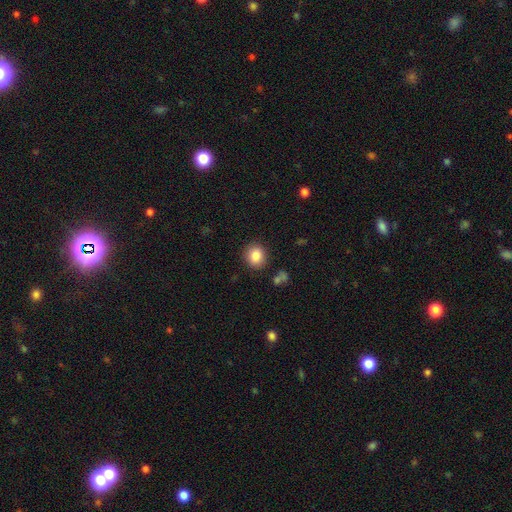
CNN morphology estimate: smooth-or-featured: smooth: 85% | star or artifact: 9% | featured or disk: 7%
  how-rounded: round: 74% | in between: 25% | cigar-shaped: 1%
  merging: none: 88% | minor disturbance: 8% | major disturbance: 2% | merger: 2%